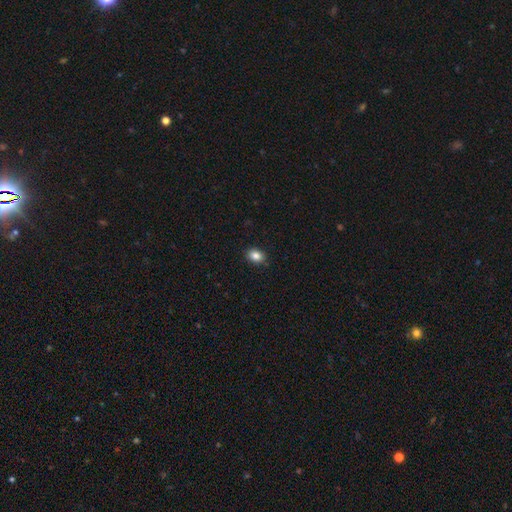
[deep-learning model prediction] Overall: smooth (85%). How rounded: in between (65%; round 34%). Merging: none (89%).